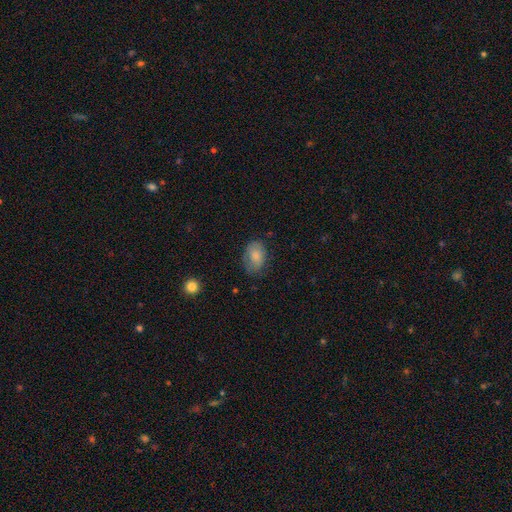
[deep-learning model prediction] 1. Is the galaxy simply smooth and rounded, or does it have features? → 81% smooth, 12% featured or disk, 7% star or artifact.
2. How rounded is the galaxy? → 84% in between, 15% round, 1% cigar-shaped.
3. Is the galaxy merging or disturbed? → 66% none, 26% minor disturbance, 7% major disturbance, 1% merger.